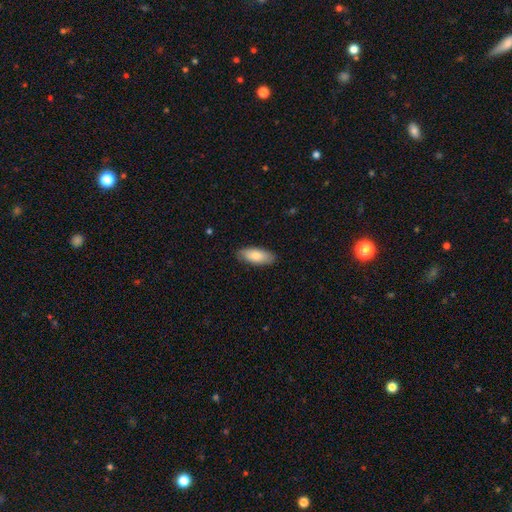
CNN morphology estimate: This is clearly a smooth galaxy (83%). How rounded: clearly in between (84%). Merging: clearly none (85%).